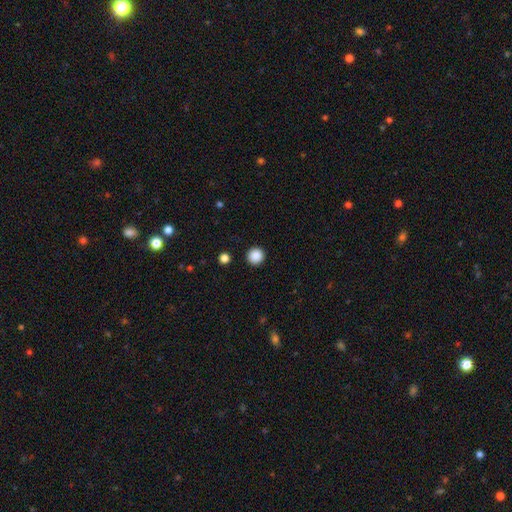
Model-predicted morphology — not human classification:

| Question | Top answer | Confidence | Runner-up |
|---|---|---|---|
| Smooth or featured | smooth | 88% | star or artifact (10%) |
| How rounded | round | 94% | in between (5%) |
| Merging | none | 93% | minor disturbance (4%) |